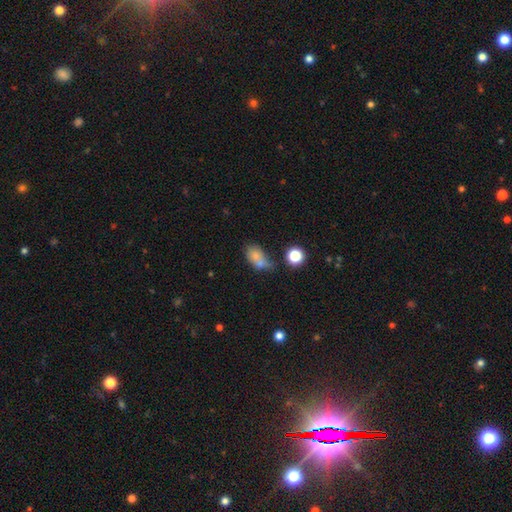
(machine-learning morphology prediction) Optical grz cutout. It shows a smooth galaxy with no disk features (69%) that is in between round and cigar-shaped (73%). Merging: merger (38%).